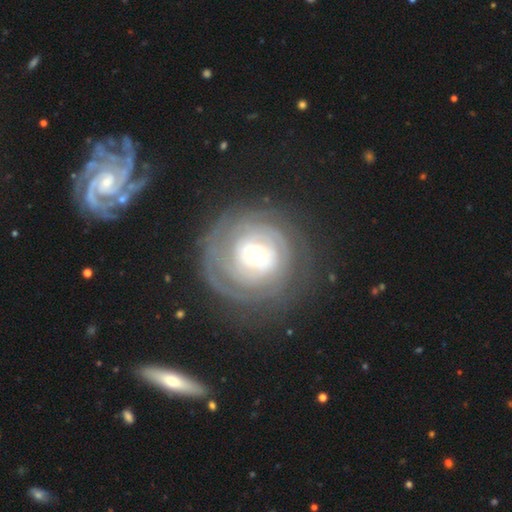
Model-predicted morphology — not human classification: smooth_or_featured: featured or disk (p=0.79) [alt: smooth p=0.15]
disk_edge_on: no (p=0.97) [alt: yes p=0.03]
bar: no (p=0.59) [alt: weak p=0.28]
has_spiral_arms: yes (p=0.87) [alt: no p=0.13]
spiral_winding: tight (p=0.79) [alt: medium p=0.15]
spiral_arm_count: can't tell (p=0.41) [alt: 2 p=0.20]
bulge_size: moderate (p=0.60) [alt: small p=0.26]
merging: none (p=0.75) [alt: minor disturbance p=0.13]